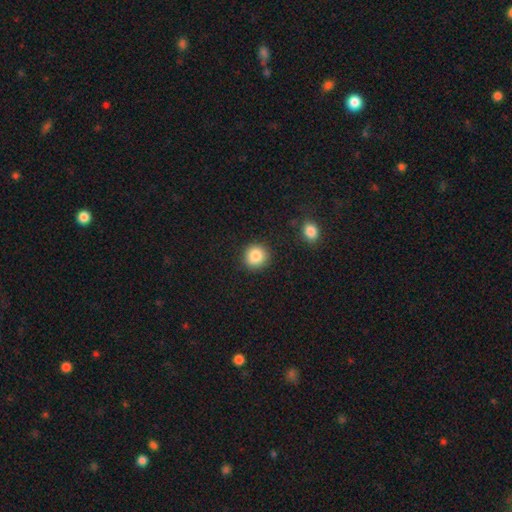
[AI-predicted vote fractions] Q: Smooth or featured?
A: smooth (85%); runner-up: star or artifact (9%)
Q: How rounded?
A: round (91%); runner-up: in between (8%)
Q: Merging?
A: none (89%); runner-up: minor disturbance (7%)